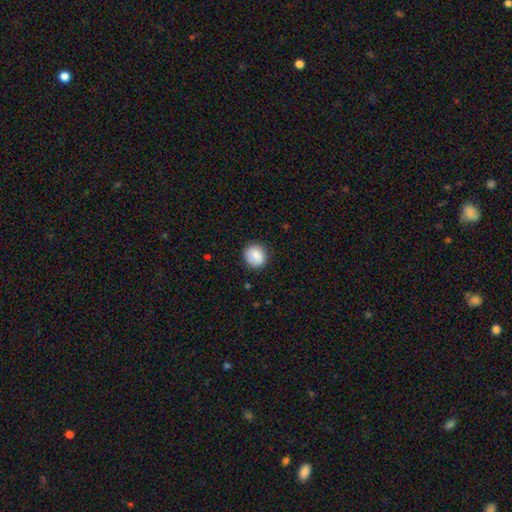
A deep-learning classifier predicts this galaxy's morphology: Overall: smooth (87%). How rounded: round (84%). Merging: none (86%).